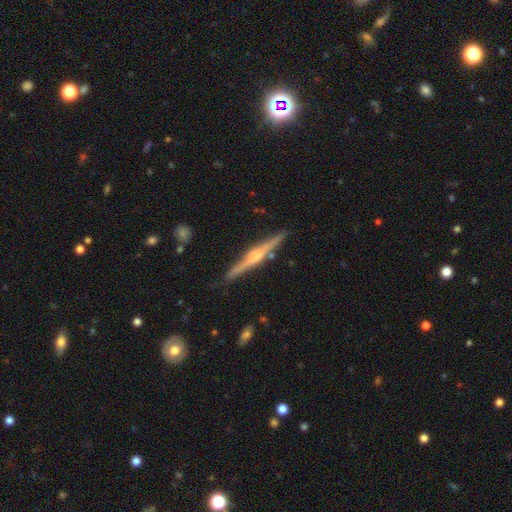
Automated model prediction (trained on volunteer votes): This appears to be a featured or disk galaxy (77%) viewed edge-on (98%) with a rounded central bulge (77%). Merging: none (87%).